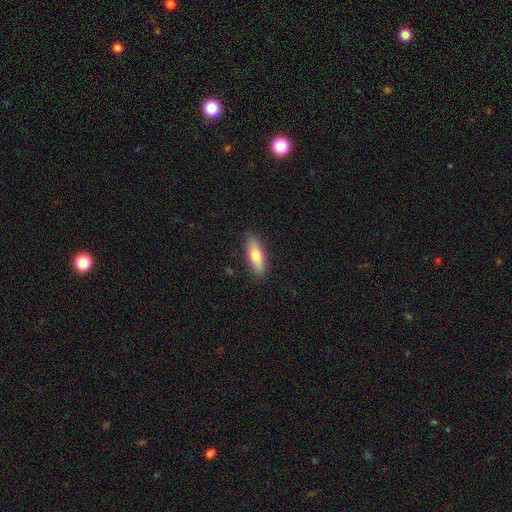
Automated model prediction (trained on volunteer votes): The model was most divided on "how rounded": in between: 53%, cigar-shaped: 45%, round: 2%. More confident: merging — none (87%); smooth or featured — smooth (75%).